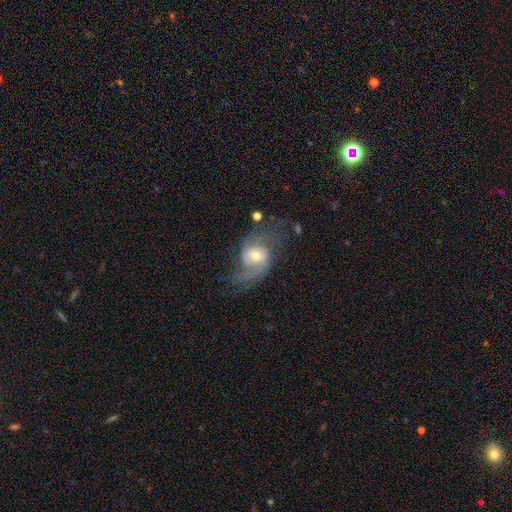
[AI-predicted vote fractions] This appears to be a featured or disk galaxy (79%) with no bar (58%), 2 (77%) loose (47%) spiral arms (93%) and a moderate central bulge (60%). Merging: none (52%).